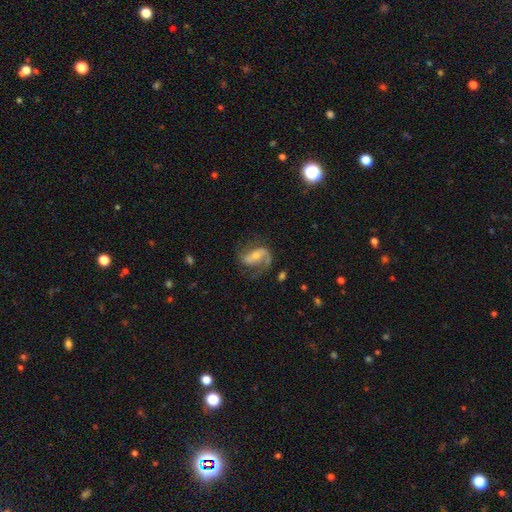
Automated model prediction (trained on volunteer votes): This is likely a featured or disk galaxy (77%). It is clearly not viewed edge-on (97%). Bar: marginally no (36%). Spiral arm pattern: clearly yes (92%). Spiral arm count: likely 2 (74%). Spiral winding: marginally medium (43%, tied with loose). Central bulge: possibly small (51%). Merging: possibly none (55%).